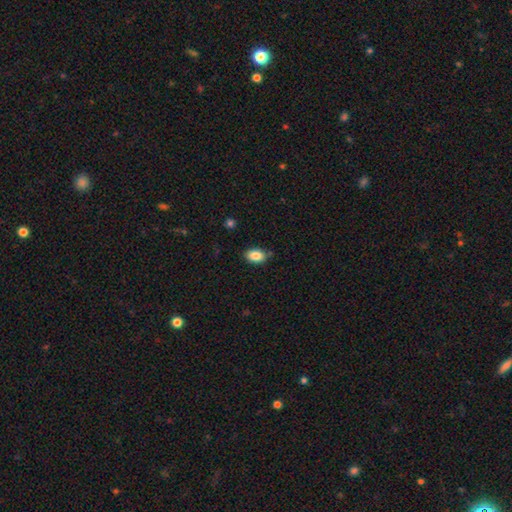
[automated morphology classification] Overall: smooth (86%). How rounded: in between (88%). Merging: none (80%).